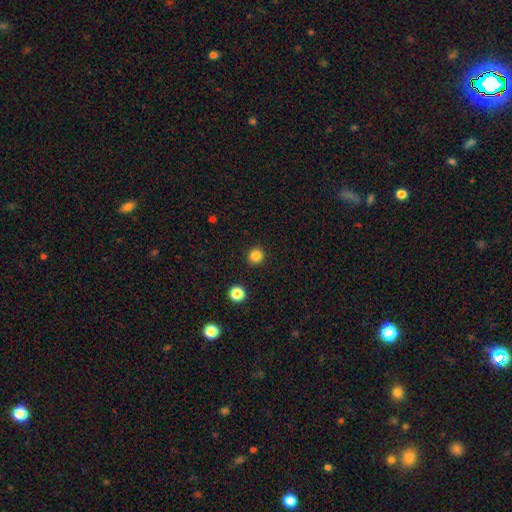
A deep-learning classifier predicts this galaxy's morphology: Smooth or featured? Predicted: smooth (p=0.84). How rounded? Predicted: round (p=0.94). Merging? Predicted: none (p=0.92).